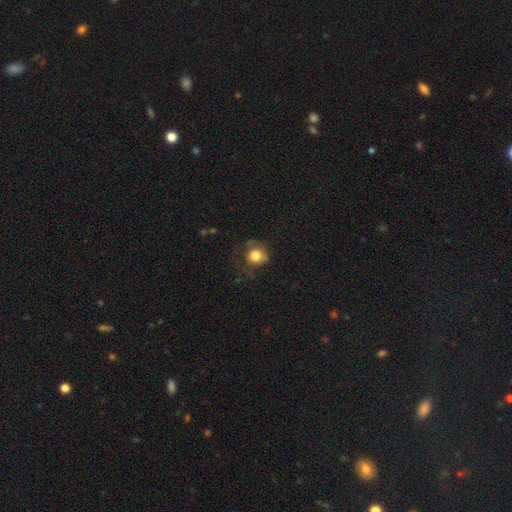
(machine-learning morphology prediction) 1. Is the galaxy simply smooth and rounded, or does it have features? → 77% smooth, 13% featured or disk, 9% star or artifact.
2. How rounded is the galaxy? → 82% round, 17% in between, 1% cigar-shaped.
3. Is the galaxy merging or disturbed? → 54% none, 26% minor disturbance, 18% major disturbance, 2% merger.